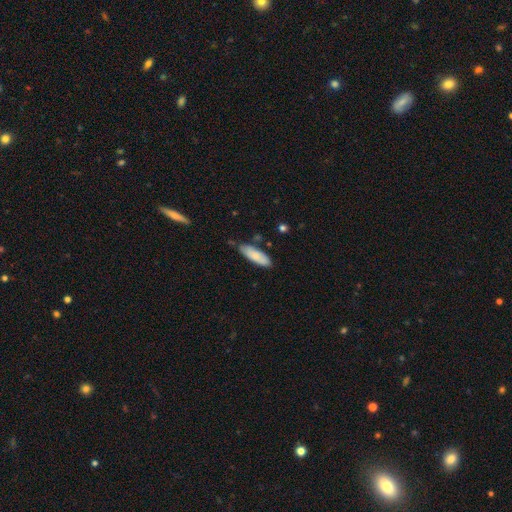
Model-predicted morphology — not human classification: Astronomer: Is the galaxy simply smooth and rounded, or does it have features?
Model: smooth — 79%.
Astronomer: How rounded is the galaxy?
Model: in between — 58% (runner-up: cigar-shaped, 41%).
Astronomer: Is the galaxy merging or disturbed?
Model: none — 76%.